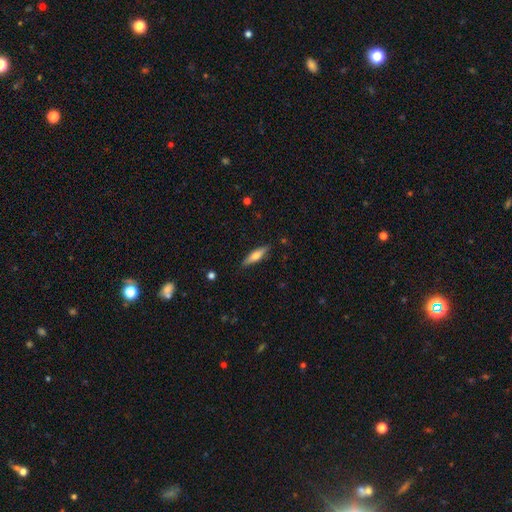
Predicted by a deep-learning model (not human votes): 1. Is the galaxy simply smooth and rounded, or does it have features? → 57% smooth, 37% featured or disk, 6% star or artifact.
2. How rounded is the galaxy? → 70% cigar-shaped, 28% in between, 2% round.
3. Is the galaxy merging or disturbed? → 87% none, 9% minor disturbance, 2% major disturbance, 1% merger.